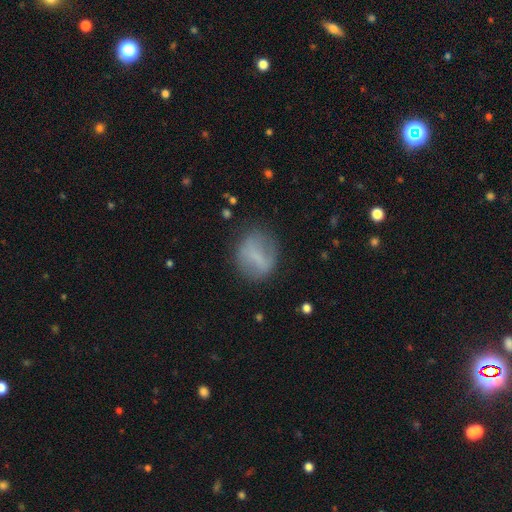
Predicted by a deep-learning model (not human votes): Smooth or featured: smooth — 60% (featured or disk — 31%)
How rounded: round — 57% (in between — 40%)
Merging: none — 73% (minor disturbance — 17%)